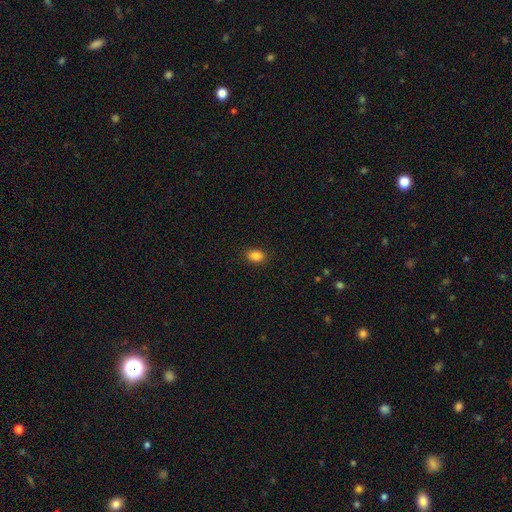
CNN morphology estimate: Q: Smooth or featured?
A: smooth (87%); runner-up: star or artifact (10%)
Q: How rounded?
A: in between (82%); runner-up: round (16%)
Q: Merging?
A: none (88%); runner-up: minor disturbance (8%)